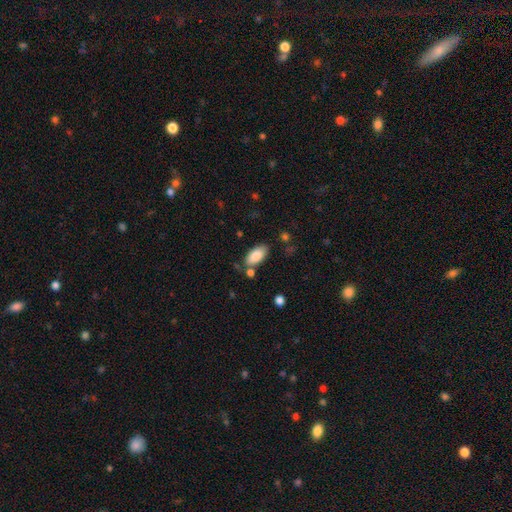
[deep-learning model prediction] A smooth galaxy with no disk features (87%) that is in between round and cigar-shaped (94%).

Vote fractions:
- Smooth or featured? smooth: 87% / featured or disk: 7% / star or artifact: 6%
- How rounded? in between: 94% / cigar-shaped: 4% / round: 2%
- Merging? none: 72% / minor disturbance: 15% / merger: 9% / major disturbance: 4%